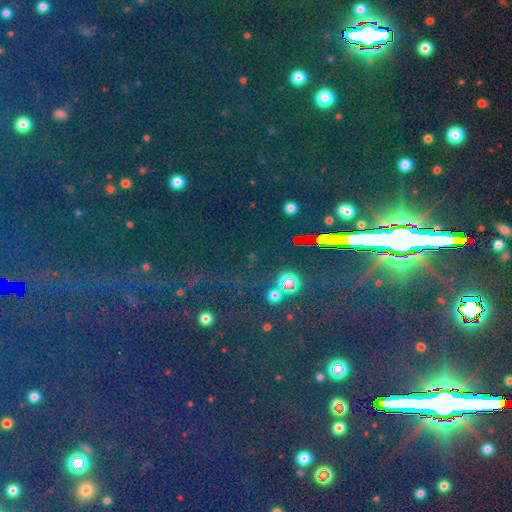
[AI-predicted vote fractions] star or artifact 83%, smooth 9%, featured or disk 8%.